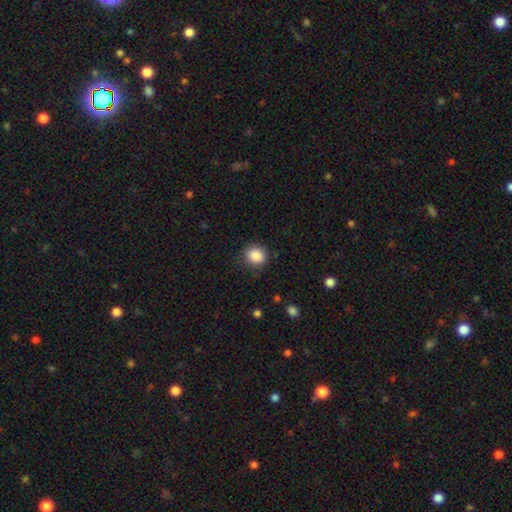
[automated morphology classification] This is clearly a smooth galaxy (87%). How rounded: likely round (76%). Merging: clearly none (84%).